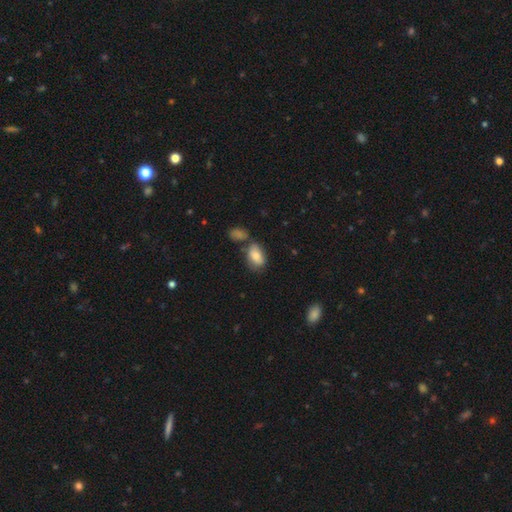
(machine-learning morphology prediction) smooth_or_featured: smooth (p=0.79) [alt: featured or disk p=0.13]
how_rounded: in between (p=0.90) [alt: round p=0.09]
merging: none (p=0.51) [alt: minor disturbance p=0.22]